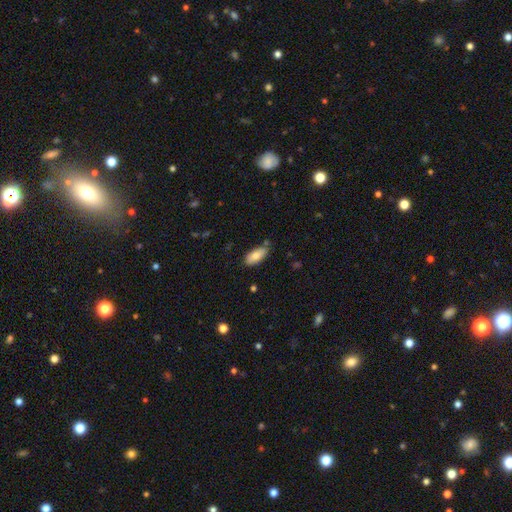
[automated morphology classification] Smooth or featured: smooth — 80% (featured or disk — 13%)
How rounded: in between — 87% (cigar-shaped — 11%)
Merging: none — 74% (minor disturbance — 18%)